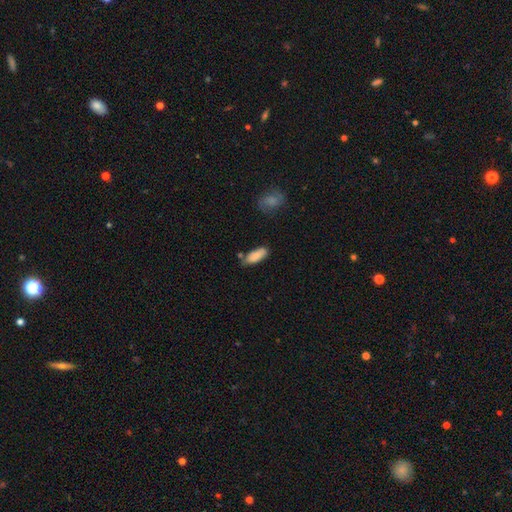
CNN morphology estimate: Q: Smooth or featured?
A: smooth (87%); runner-up: featured or disk (7%)
Q: How rounded?
A: in between (77%); runner-up: cigar-shaped (21%)
Q: Merging?
A: none (67%); runner-up: minor disturbance (21%)